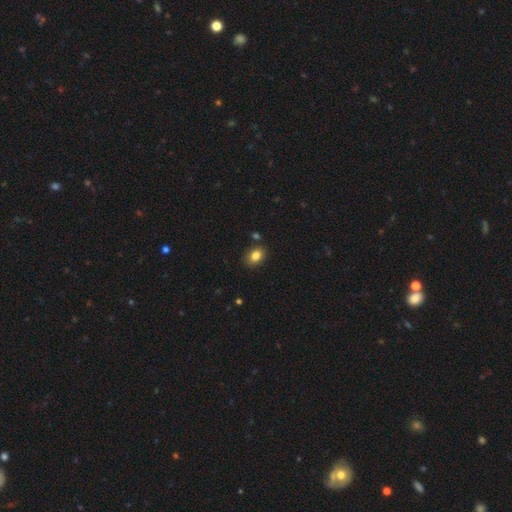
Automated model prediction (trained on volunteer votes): A smooth galaxy with no disk features (83%) that is in between round and cigar-shaped (72%).

Vote fractions:
- Smooth or featured? smooth: 83% / star or artifact: 10% / featured or disk: 7%
- How rounded? in between: 72% / round: 27% / cigar-shaped: 1%
- Merging? none: 83% / minor disturbance: 11% / merger: 4% / major disturbance: 2%